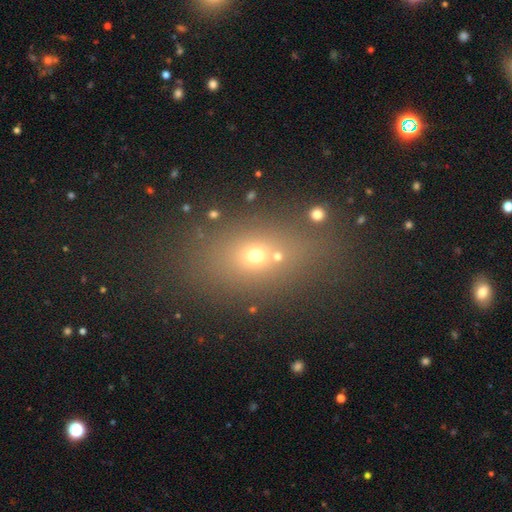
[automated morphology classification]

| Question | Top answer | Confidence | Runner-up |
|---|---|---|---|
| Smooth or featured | smooth | 55% | star or artifact (27%) |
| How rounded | in between | 63% | round (33%) |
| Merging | none | 72% | merger (12%) |